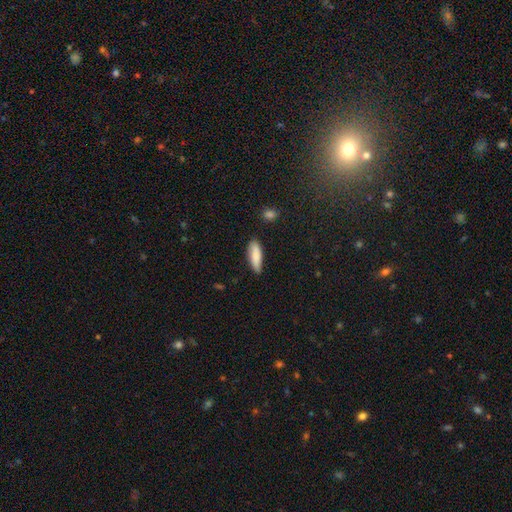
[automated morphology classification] A smooth galaxy with no disk features (84%) that is in between round and cigar-shaped (51%). Merging: none (73%).